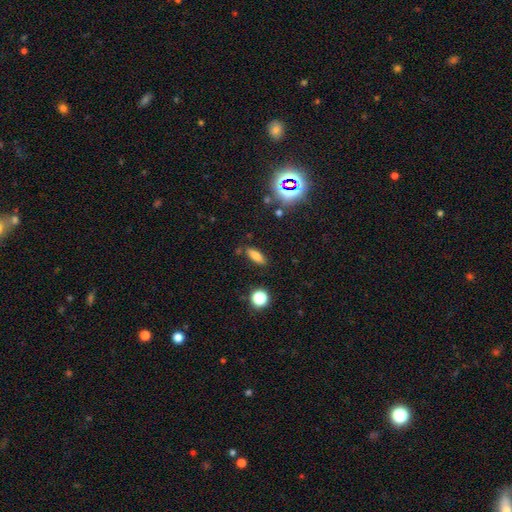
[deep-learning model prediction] This is likely a smooth galaxy (74%). How rounded: likely in between (61%). Merging: clearly none (82%).